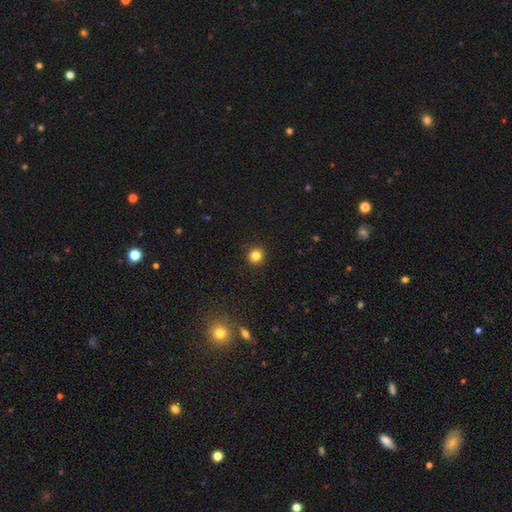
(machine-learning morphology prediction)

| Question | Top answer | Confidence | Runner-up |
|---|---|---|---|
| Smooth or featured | smooth | 83% | star or artifact (13%) |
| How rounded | round | 93% | in between (6%) |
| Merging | none | 93% | minor disturbance (5%) |